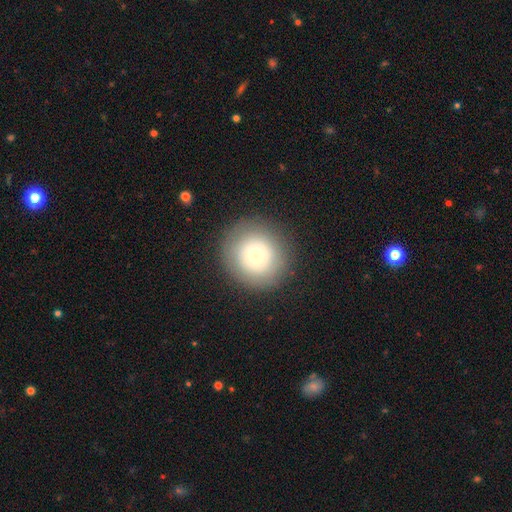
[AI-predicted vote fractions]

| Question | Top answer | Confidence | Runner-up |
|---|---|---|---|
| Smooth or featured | smooth | 63% | featured or disk (27%) |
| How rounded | round | 92% | in between (7%) |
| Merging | none | 86% | minor disturbance (9%) |